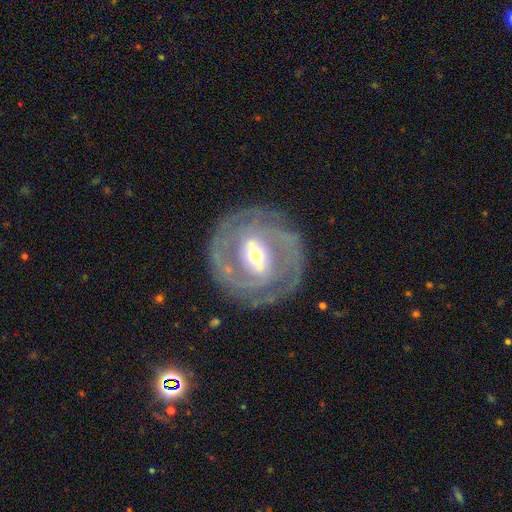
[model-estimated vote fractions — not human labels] This is clearly a featured or disk galaxy (86%). It is clearly not viewed edge-on (96%). Bar: possibly strong (46%). Spiral arm pattern: clearly yes (91%). Spiral arm count: likely 2 (63%). Spiral winding: likely tight (65%). Central bulge: possibly moderate (55%). Merging: clearly none (82%).